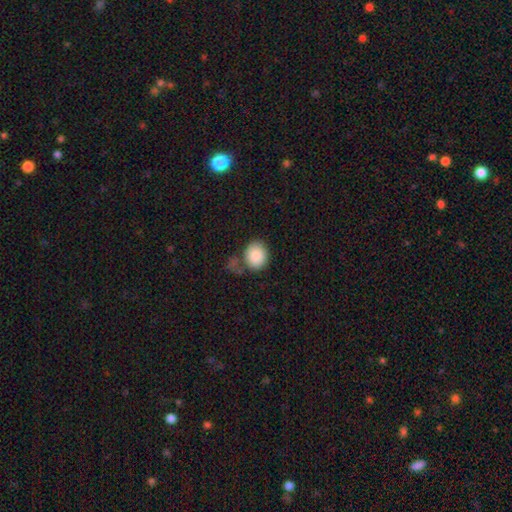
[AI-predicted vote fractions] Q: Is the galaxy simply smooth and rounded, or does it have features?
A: smooth — 87%.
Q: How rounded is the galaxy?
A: round — 62%.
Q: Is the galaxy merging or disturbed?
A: none — 63%.